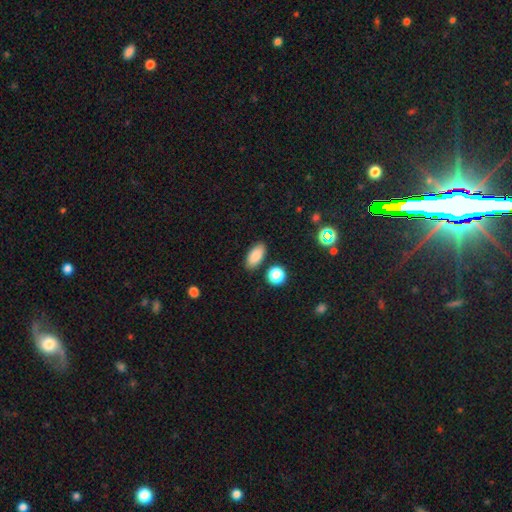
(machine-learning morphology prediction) Overall: smooth (86%). How rounded: in between (89%). Merging: none (85%).